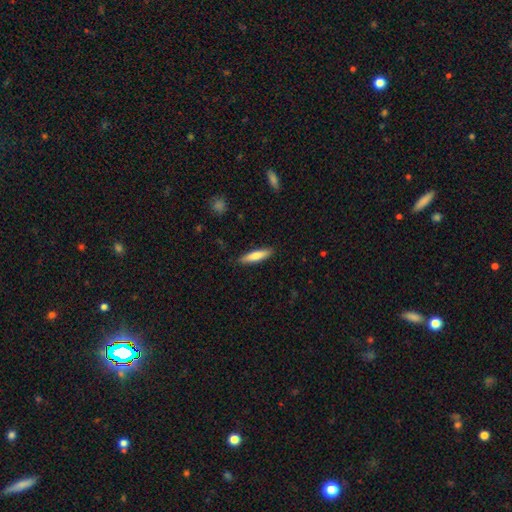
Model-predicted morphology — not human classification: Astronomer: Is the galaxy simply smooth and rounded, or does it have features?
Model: smooth — 77%.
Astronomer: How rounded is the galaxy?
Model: cigar-shaped — 75%.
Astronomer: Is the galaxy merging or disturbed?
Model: none — 88%.